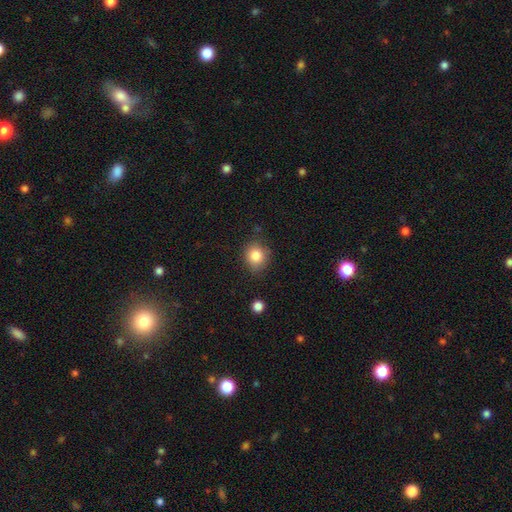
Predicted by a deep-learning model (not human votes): Overall: smooth (84%). How rounded: round (74%). Merging: none (78%).